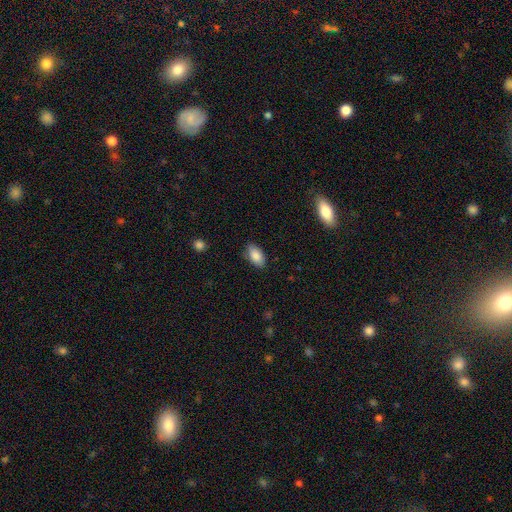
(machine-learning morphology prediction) The model was most divided on "merging": none: 85%, minor disturbance: 12%, major disturbance: 3%, merger: 1%. More confident: how rounded — in between (93%); smooth or featured — smooth (87%).